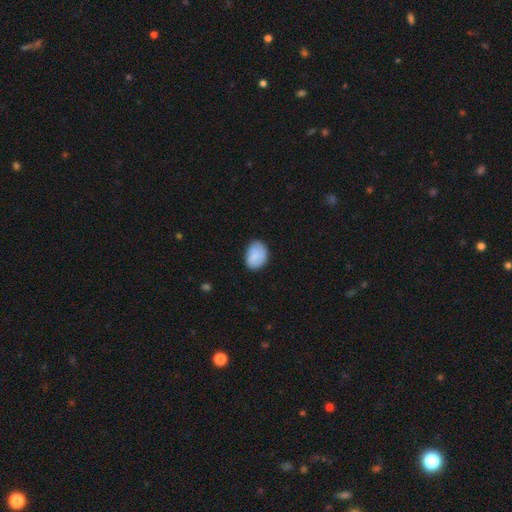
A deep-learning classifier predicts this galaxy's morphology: smooth 83%, featured or disk 10%, star or artifact 7%. Down the decision tree: how rounded — in between (70%); merging — none (71%).